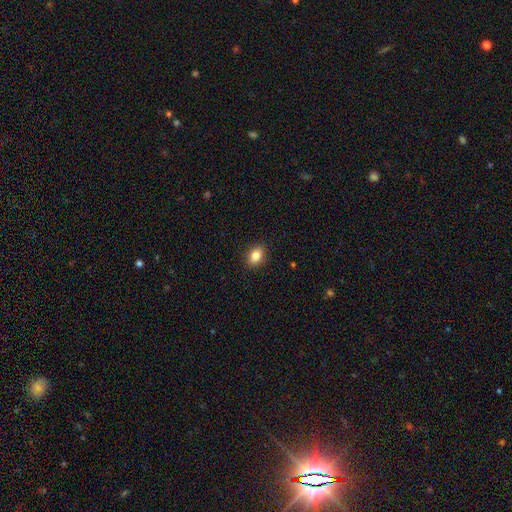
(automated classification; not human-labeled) Smooth or featured? Predicted: smooth (p=0.85). How rounded? Predicted: in between (p=0.77). Merging? Predicted: none (p=0.89).